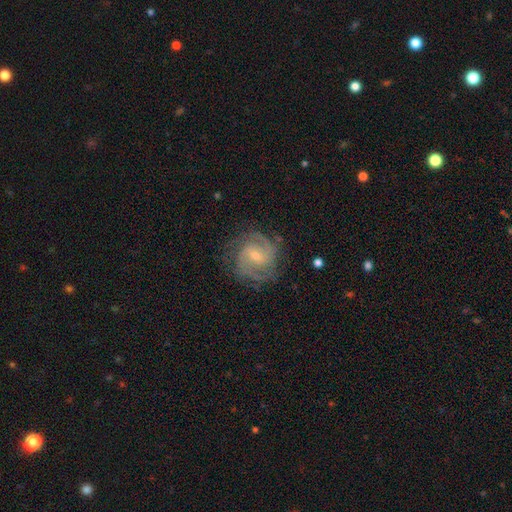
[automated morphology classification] type=featured or disk (87%); edge-on=no (98%); bar=weak (57%); spiral arms=yes (97%); winding=medium (46%); arm count=2 (56%); bulge=small (60%); merging=none (76%).